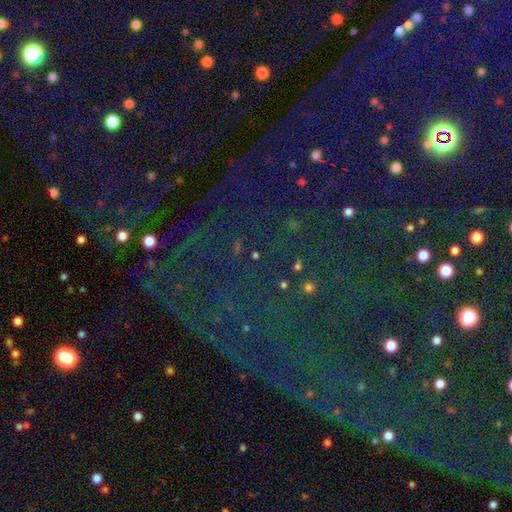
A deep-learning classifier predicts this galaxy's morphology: A star or artifact, not a galaxy (72%).